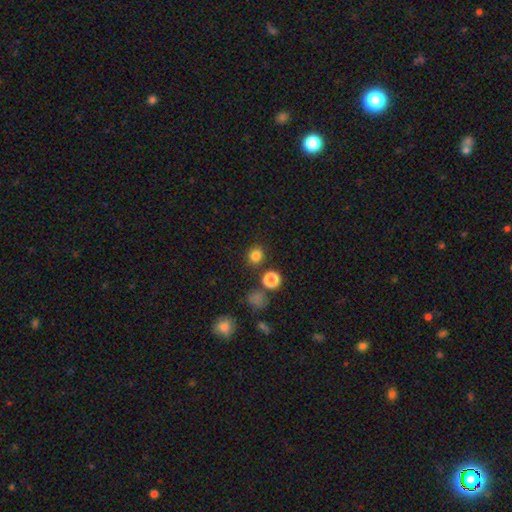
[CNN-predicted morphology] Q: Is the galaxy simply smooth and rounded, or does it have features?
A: smooth — 82%.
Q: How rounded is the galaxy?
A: round — 85%.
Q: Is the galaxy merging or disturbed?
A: none — 86%.